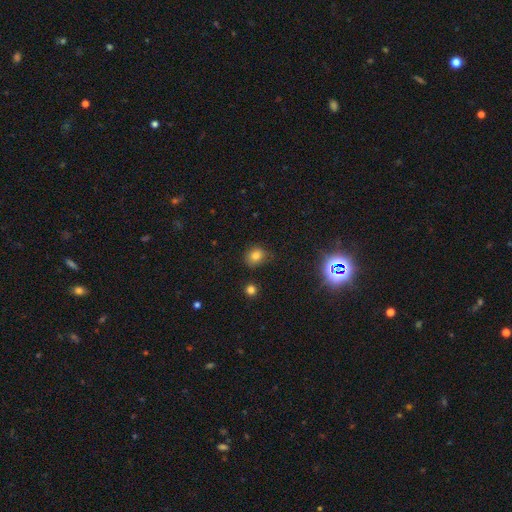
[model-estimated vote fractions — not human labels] This is likely a smooth galaxy (77%). How rounded: likely round (65%). Merging: likely none (73%).